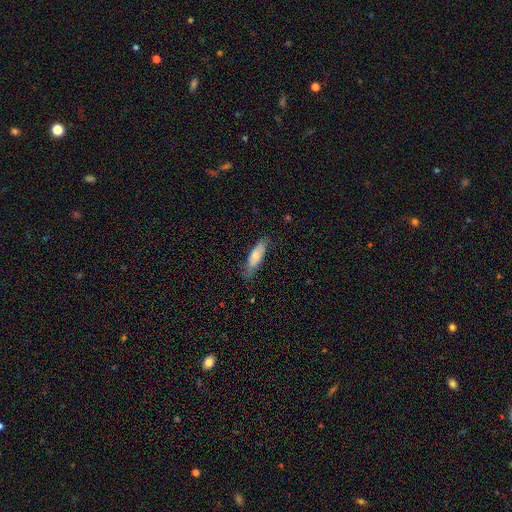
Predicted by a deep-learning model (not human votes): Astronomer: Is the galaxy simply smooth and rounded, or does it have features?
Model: smooth — 69%.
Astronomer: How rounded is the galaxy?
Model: in between — 53% (runner-up: cigar-shaped, 45%).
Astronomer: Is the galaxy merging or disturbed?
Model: none — 75%.